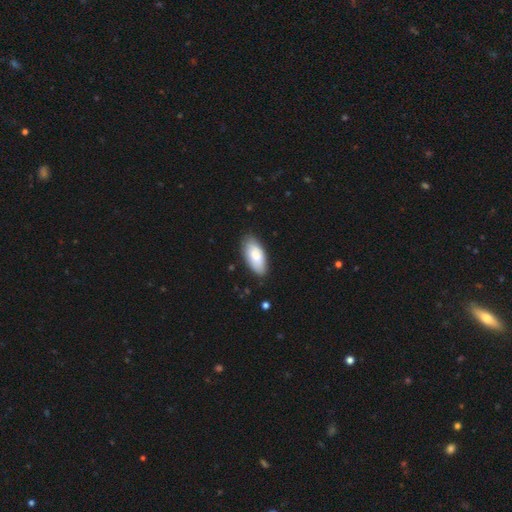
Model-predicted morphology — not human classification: A smooth galaxy with no disk features (82%) that is in between round and cigar-shaped (90%).

Vote fractions:
- Smooth or featured? smooth: 82% / featured or disk: 12% / star or artifact: 6%
- How rounded? in between: 90% / cigar-shaped: 8% / round: 2%
- Merging? none: 84% / minor disturbance: 13% / major disturbance: 2% / merger: 1%